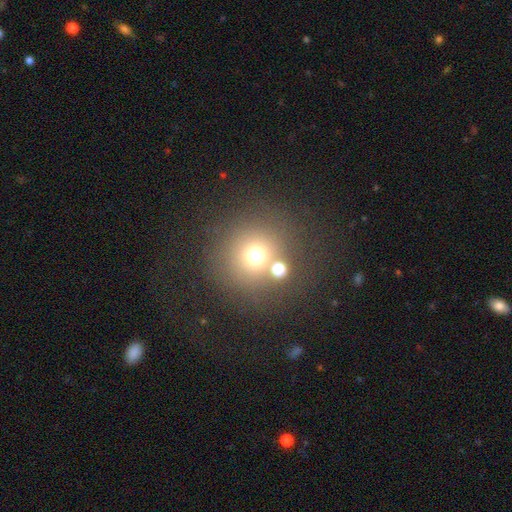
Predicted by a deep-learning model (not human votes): This appears to be a smooth galaxy with no disk features (68%) that is round (93%). Merging: none (71%).